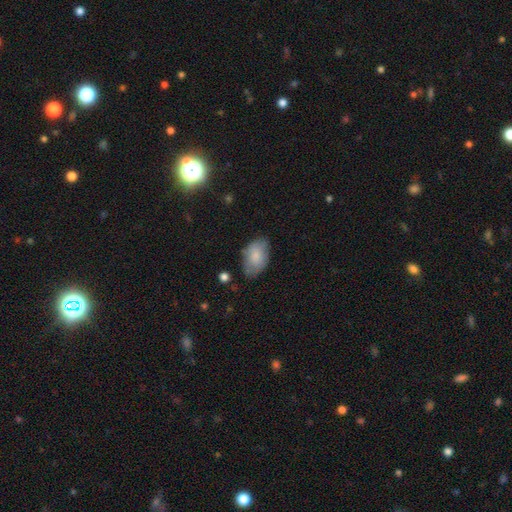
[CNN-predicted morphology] This is likely a smooth galaxy (80%). How rounded: clearly in between (90%). Merging: likely none (64%).